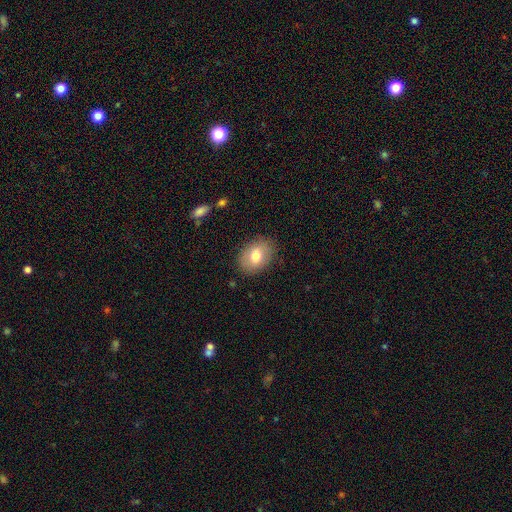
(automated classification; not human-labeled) This appears to be a smooth galaxy with no disk features (72%) that is in between round and cigar-shaped (76%). Merging: none (84%).